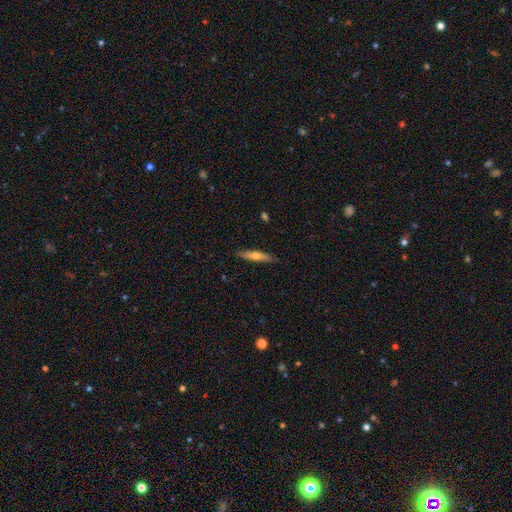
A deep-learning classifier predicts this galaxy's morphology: A smooth galaxy with no disk features (58%) that is cigar-shaped (84%).

Vote fractions:
- Smooth or featured? smooth: 58% / featured or disk: 37% / star or artifact: 6%
- How rounded? cigar-shaped: 84% / in between: 14% / round: 2%
- Merging? none: 86% / minor disturbance: 11% / major disturbance: 2% / merger: 1%